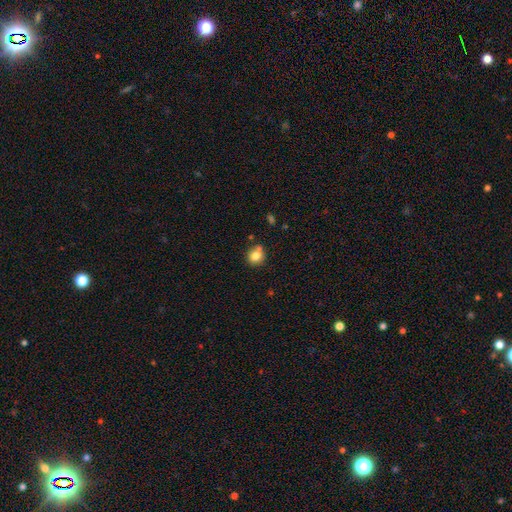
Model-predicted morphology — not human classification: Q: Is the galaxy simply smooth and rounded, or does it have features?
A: smooth — 81%.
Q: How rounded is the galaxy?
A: round — 85%.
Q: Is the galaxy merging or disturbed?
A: none — 68%.